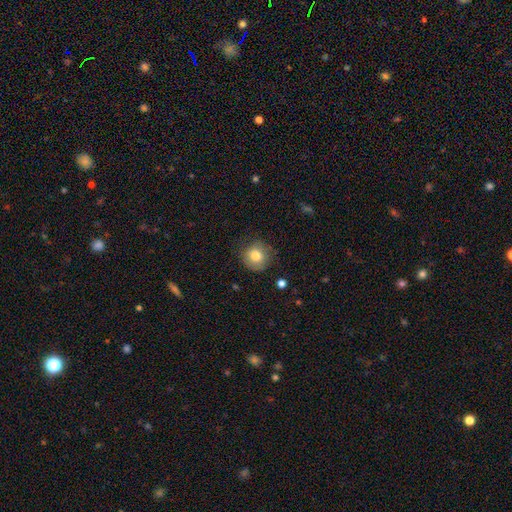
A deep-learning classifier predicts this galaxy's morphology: A smooth galaxy with no disk features (80%) that is round (90%).

Vote fractions:
- Smooth or featured? smooth: 80% / featured or disk: 10% / star or artifact: 10%
- How rounded? round: 90% / in between: 9% / cigar-shaped: 1%
- Merging? none: 79% / minor disturbance: 15% / major disturbance: 4% / merger: 1%